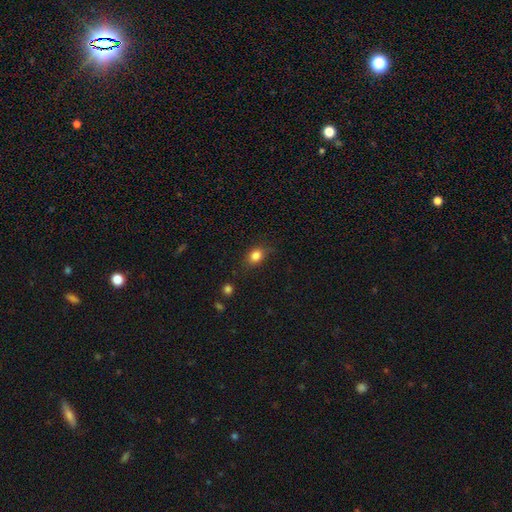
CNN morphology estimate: This is clearly a smooth galaxy (84%). How rounded: likely in between (61%). Merging: likely none (78%).